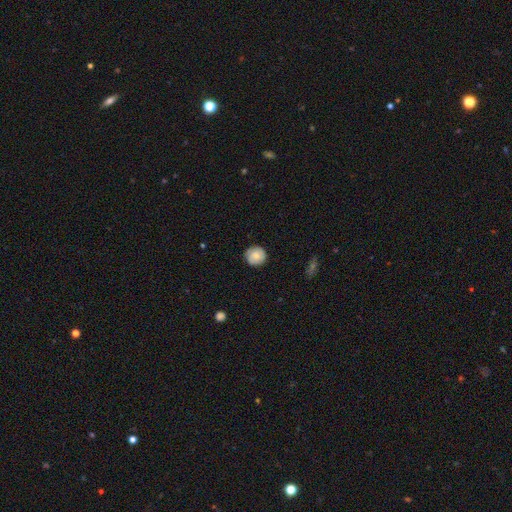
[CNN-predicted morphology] smooth-or-featured: smooth: 72% | featured or disk: 21% | star or artifact: 7%
  how-rounded: round: 92% | in between: 7% | cigar-shaped: 1%
  merging: none: 84% | minor disturbance: 13% | major disturbance: 3% | merger: 1%